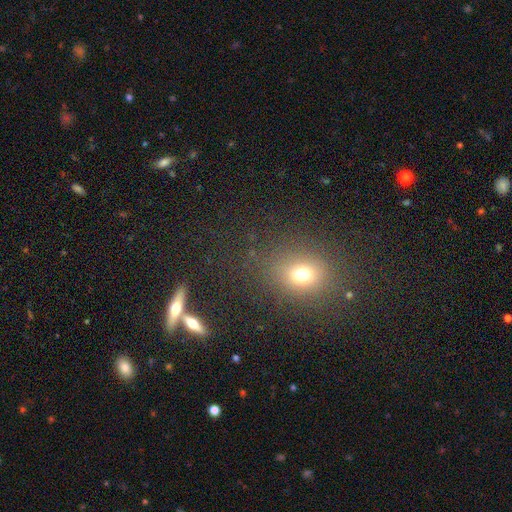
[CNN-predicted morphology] A smooth galaxy with no disk features (57%) that is round (60%).

Vote fractions:
- Smooth or featured? smooth: 57% / star or artifact: 31% / featured or disk: 12%
- How rounded? round: 60% / in between: 36% / cigar-shaped: 3%
- Merging? none: 82% / minor disturbance: 9% / merger: 4% / major disturbance: 4%